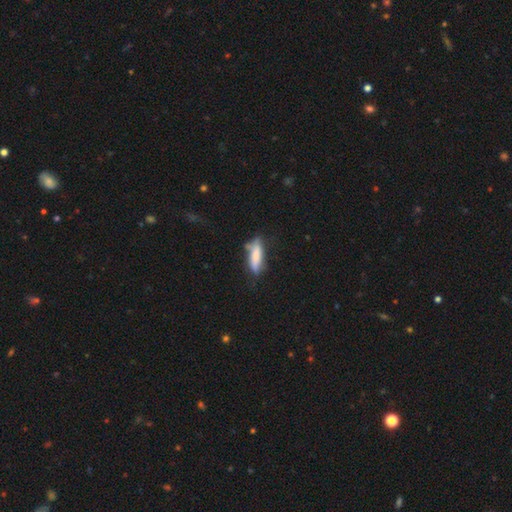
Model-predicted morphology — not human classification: A smooth galaxy with no disk features (72%) that is cigar-shaped (60%).

Vote fractions:
- Smooth or featured? smooth: 72% / featured or disk: 21% / star or artifact: 7%
- How rounded? cigar-shaped: 60% / in between: 38% / round: 2%
- Merging? none: 54% / minor disturbance: 29% / major disturbance: 10% / merger: 7%